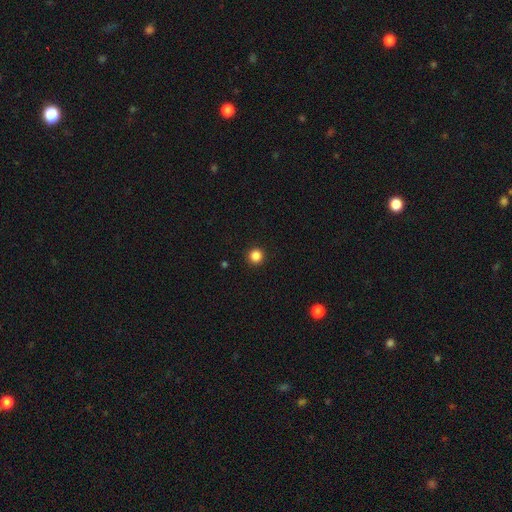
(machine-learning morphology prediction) smooth 86%, star or artifact 11%, featured or disk 3%. Down the decision tree: how rounded — round (96%); merging — none (93%).